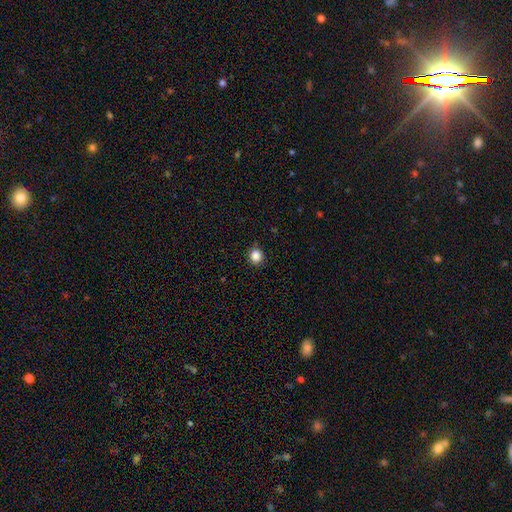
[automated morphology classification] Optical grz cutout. It shows a smooth galaxy with no disk features (85%) that is round (86%). Merging: none (88%).